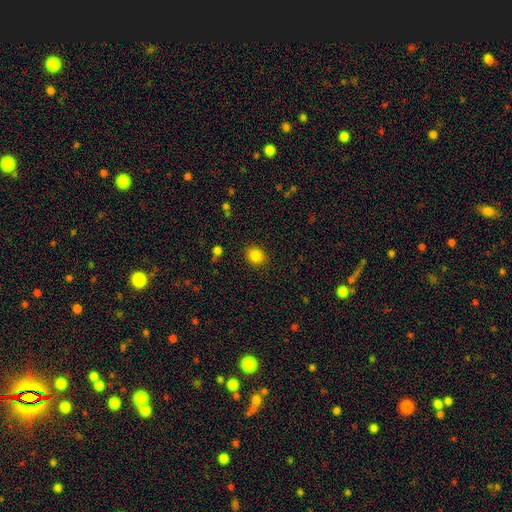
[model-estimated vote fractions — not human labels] Smooth or featured? smooth (85%)
How rounded? round (74%)
Merging? none (89%)